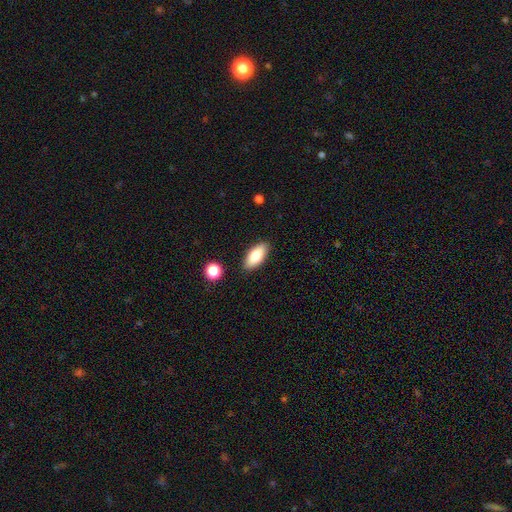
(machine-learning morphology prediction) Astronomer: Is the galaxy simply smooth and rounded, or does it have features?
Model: smooth — 80%.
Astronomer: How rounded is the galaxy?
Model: in between — 87%.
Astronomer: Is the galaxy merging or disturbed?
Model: none — 87%.